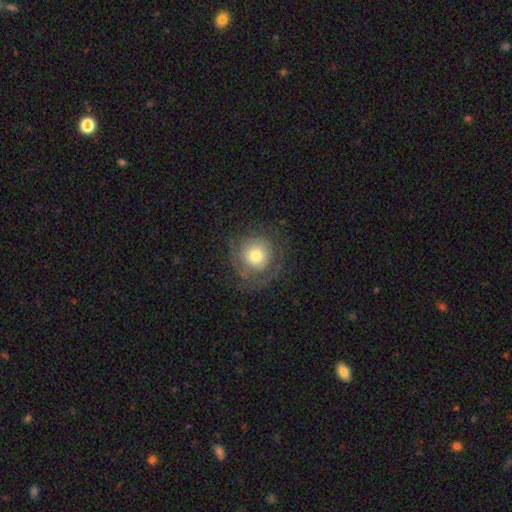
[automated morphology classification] A smooth galaxy with no disk features (56%) that is round (92%). Merging: none (69%).